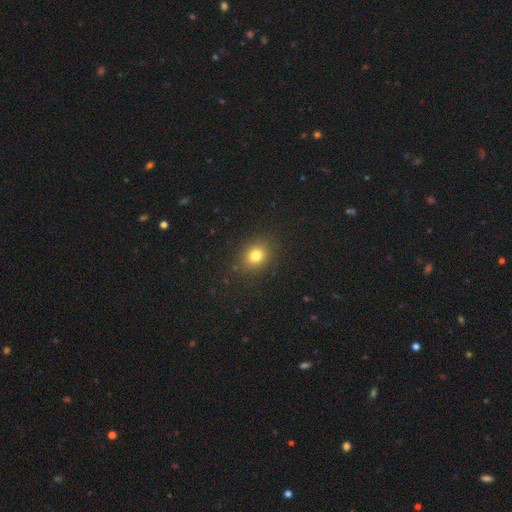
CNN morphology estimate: Smooth or featured? smooth (79%)
How rounded? round (58%)
Merging? none (87%)